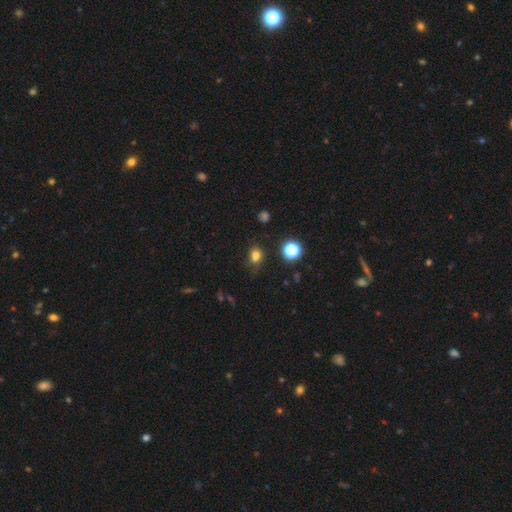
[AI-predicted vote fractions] This is likely a smooth galaxy (77%). How rounded: possibly round (51%). Merging: likely none (75%).